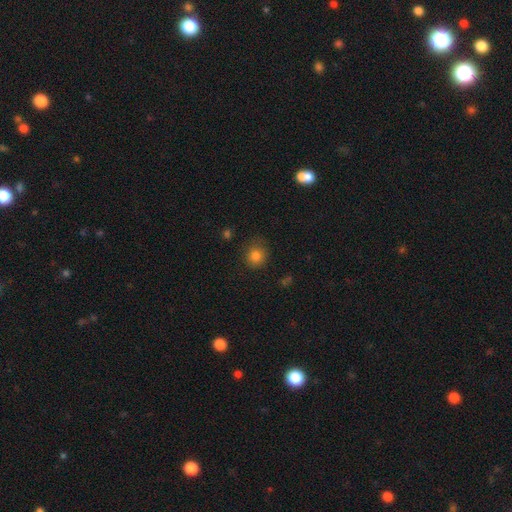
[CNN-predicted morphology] A smooth galaxy with no disk features (81%) that is round (86%). Merging: none (80%).